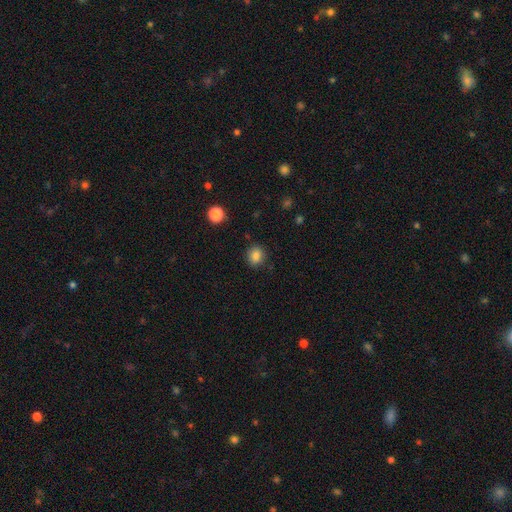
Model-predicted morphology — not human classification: Q: Smooth or featured?
A: smooth (84%); runner-up: star or artifact (11%)
Q: How rounded?
A: round (75%); runner-up: in between (24%)
Q: Merging?
A: none (88%); runner-up: minor disturbance (8%)